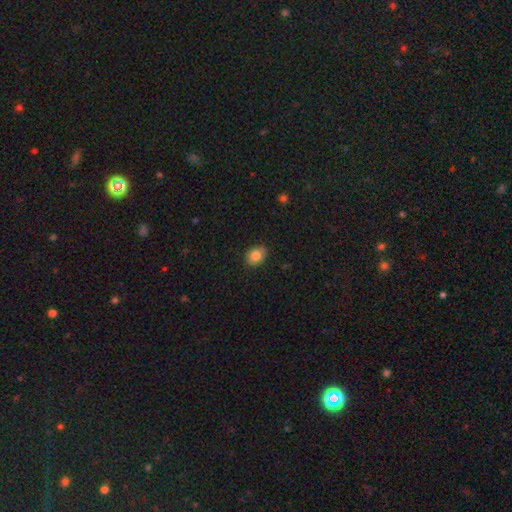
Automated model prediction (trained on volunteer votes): Smooth or featured? smooth (82%)
How rounded? in between (62%)
Merging? none (86%)